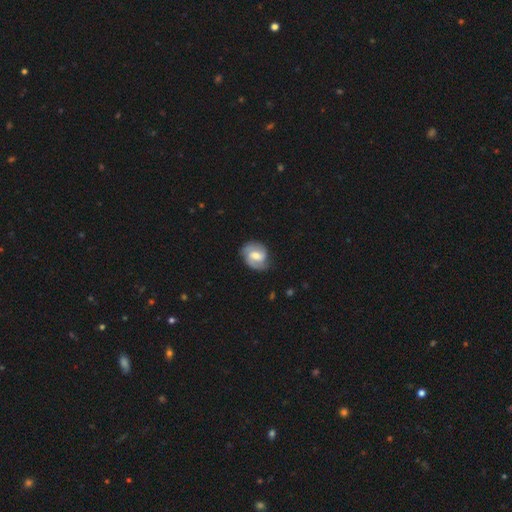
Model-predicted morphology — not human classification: A featured or disk galaxy (73%) with a weak bar (53%), 2 (80%) medium (45%) spiral arms (92%) and a moderate central bulge (65%). Merging: none (74%).